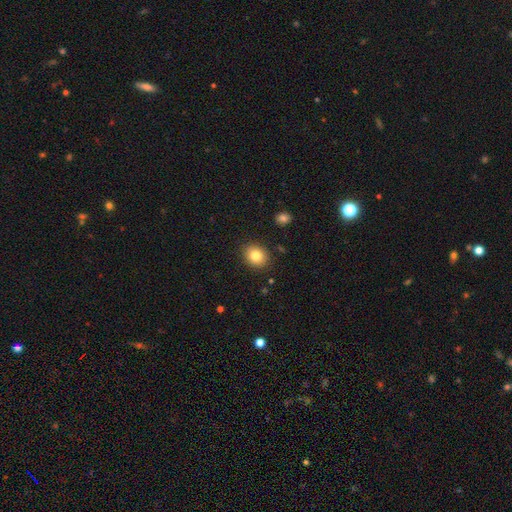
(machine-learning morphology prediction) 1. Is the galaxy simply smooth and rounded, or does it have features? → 81% smooth, 10% star or artifact, 9% featured or disk.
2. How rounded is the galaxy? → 61% round, 39% in between, 1% cigar-shaped.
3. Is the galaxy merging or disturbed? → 89% none, 8% minor disturbance, 2% major disturbance, 2% merger.